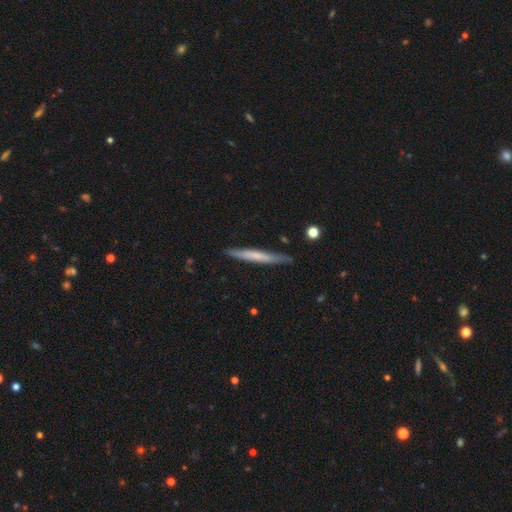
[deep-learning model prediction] smooth_or_featured: smooth (p=0.52) [alt: featured or disk p=0.43]
how_rounded: cigar-shaped (p=0.96) [alt: in between p=0.03]
merging: none (p=0.86) [alt: minor disturbance p=0.11]